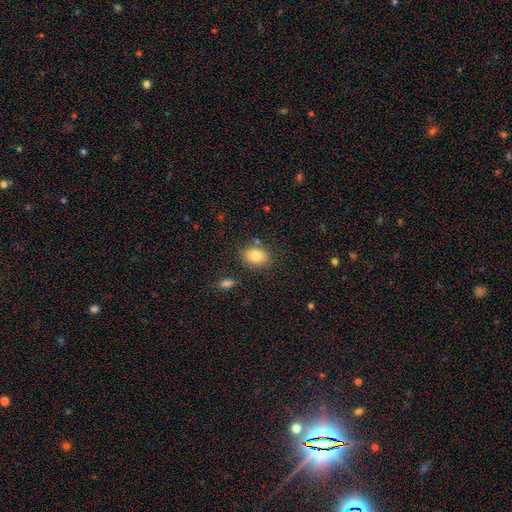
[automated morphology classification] This is clearly a smooth galaxy (81%). How rounded: likely in between (71%). Merging: likely none (79%).